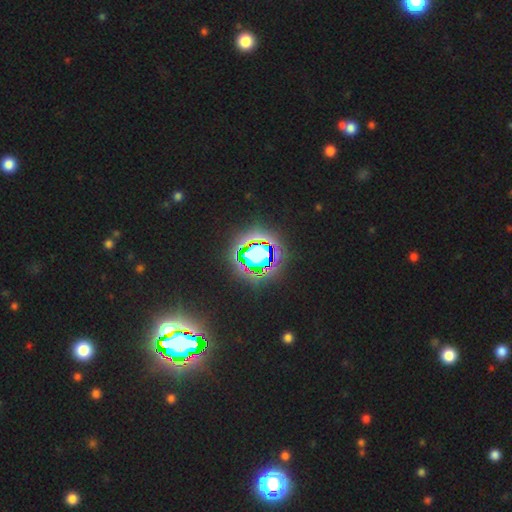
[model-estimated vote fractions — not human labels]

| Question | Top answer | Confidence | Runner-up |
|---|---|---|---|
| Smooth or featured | star or artifact | 69% | smooth (19%) |